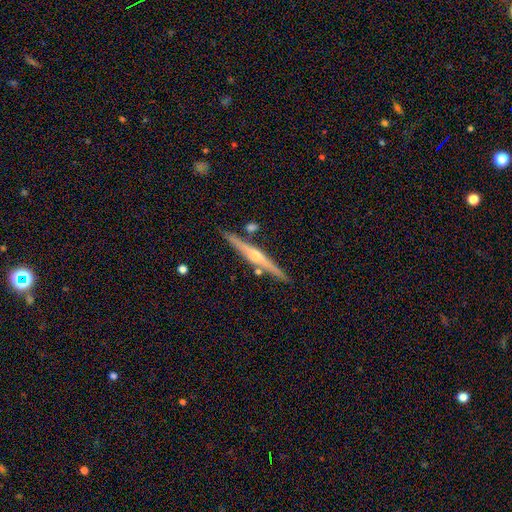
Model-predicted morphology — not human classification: Smooth or featured? Predicted: featured or disk (p=0.78). Edge-on disk? Predicted: yes (p=0.98). Edge-on bulge? Predicted: rounded (p=0.87). Merging? Predicted: none (p=0.87).